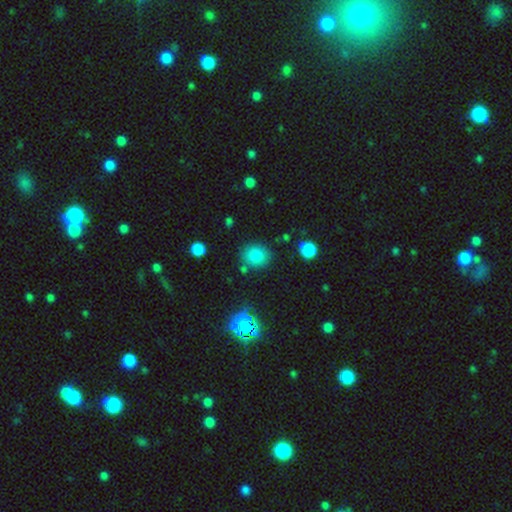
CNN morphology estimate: smooth-or-featured: smooth: 80% | star or artifact: 13% | featured or disk: 7%
  how-rounded: round: 74% | in between: 25% | cigar-shaped: 1%
  merging: none: 80% | minor disturbance: 11% | merger: 5% | major disturbance: 3%